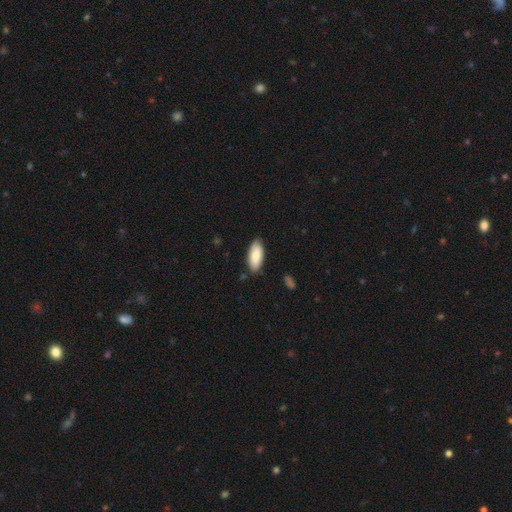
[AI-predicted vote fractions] Smooth or featured?
  - smooth: 86% *
  - featured or disk: 8%
  - star or artifact: 6%
How rounded?
  - in between: 85% *
  - cigar-shaped: 13%
  - round: 2%
Merging?
  - none: 84% *
  - minor disturbance: 12%
  - major disturbance: 2%
  - merger: 1%